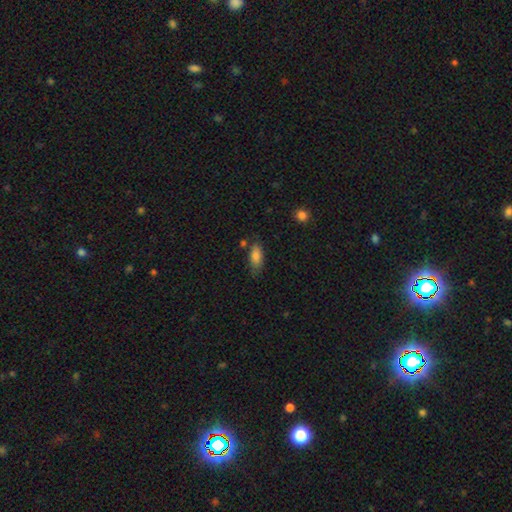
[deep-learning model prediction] Smooth or featured: smooth — 84% (star or artifact — 8%)
How rounded: in between — 85% (cigar-shaped — 12%)
Merging: none — 65% (minor disturbance — 24%)